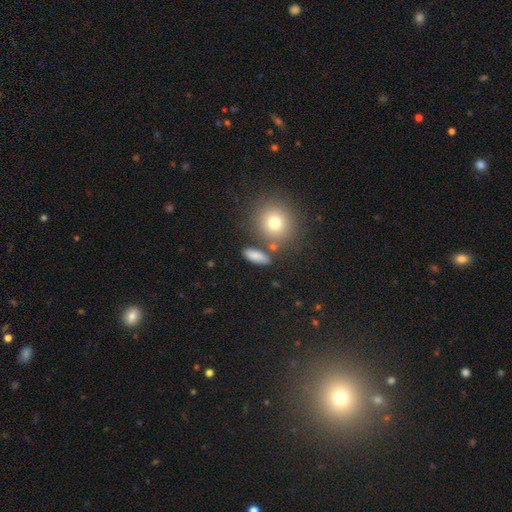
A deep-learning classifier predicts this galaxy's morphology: Overall: smooth (81%). How rounded: in between (63%). Merging: none (78%).